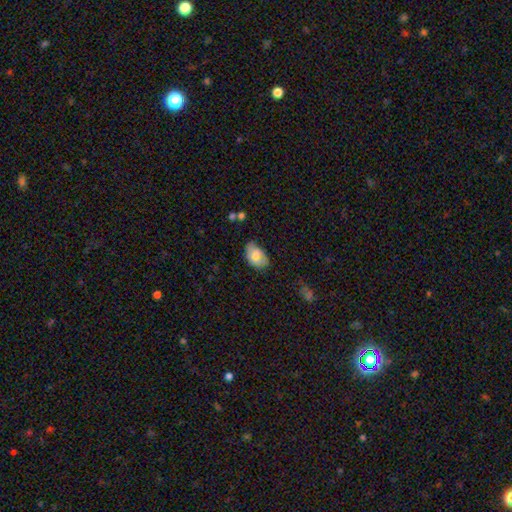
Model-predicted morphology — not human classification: smooth-or-featured: smooth: 73% | featured or disk: 20% | star or artifact: 7%
  how-rounded: in between: 89% | round: 10% | cigar-shaped: 1%
  merging: none: 53% | minor disturbance: 36% | major disturbance: 9% | merger: 3%